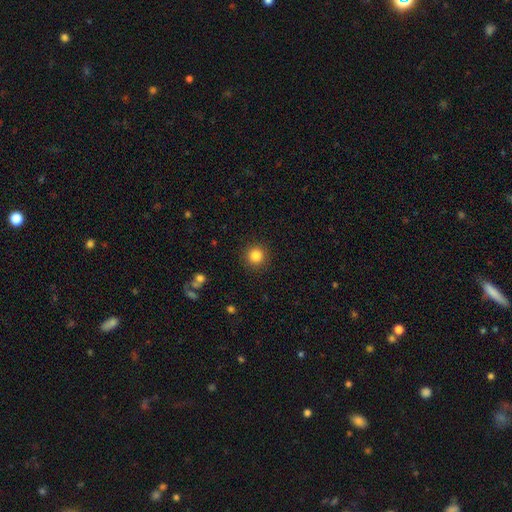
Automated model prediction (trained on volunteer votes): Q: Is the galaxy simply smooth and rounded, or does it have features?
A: smooth — 85%.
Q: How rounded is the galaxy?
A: round — 95%.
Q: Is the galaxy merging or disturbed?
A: none — 91%.